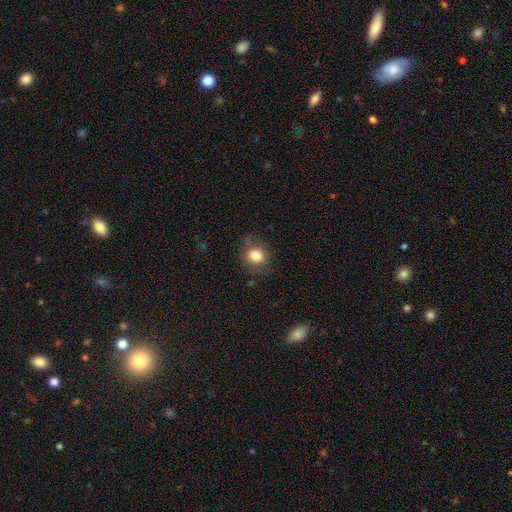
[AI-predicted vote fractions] Morphology: type=smooth (82%); roundness=round (76%); merging=none (74%).